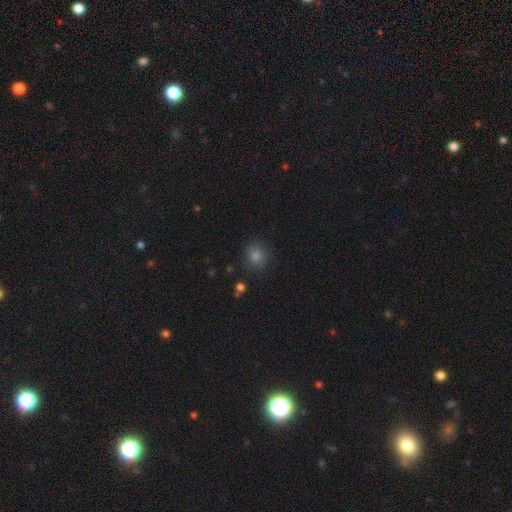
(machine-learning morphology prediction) Smooth or featured: smooth — 74% (star or artifact — 19%)
How rounded: round — 86% (in between — 13%)
Merging: none — 86% (minor disturbance — 9%)